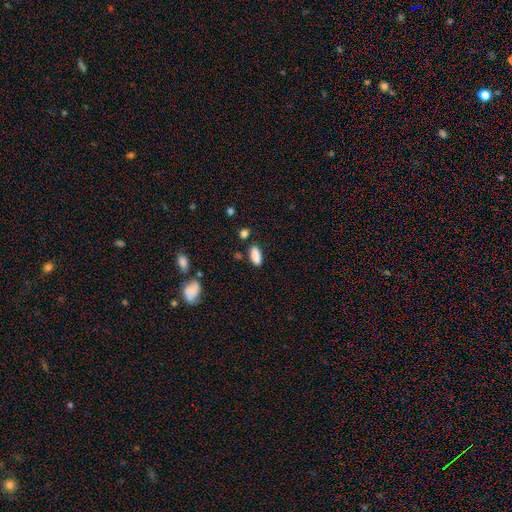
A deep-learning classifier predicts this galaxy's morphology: Smooth or featured? Predicted: smooth (p=0.88). How rounded? Predicted: in between (p=0.85). Merging? Predicted: none (p=0.80).